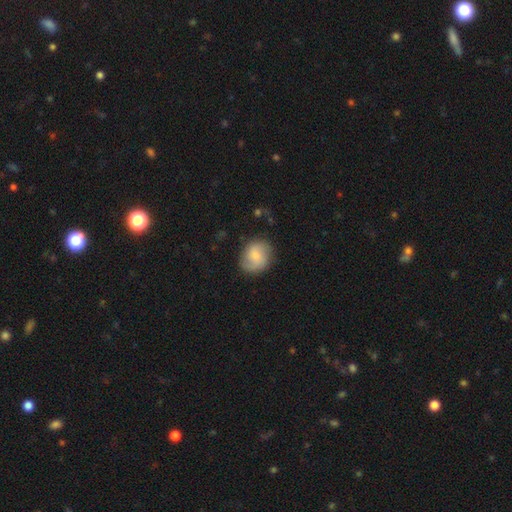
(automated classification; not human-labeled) A smooth galaxy with no disk features (57%) that is round (68%).

Vote fractions:
- Smooth or featured? smooth: 57% / featured or disk: 36% / star or artifact: 7%
- How rounded? round: 68% / in between: 31% / cigar-shaped: 1%
- Merging? none: 76% / minor disturbance: 17% / major disturbance: 6% / merger: 1%